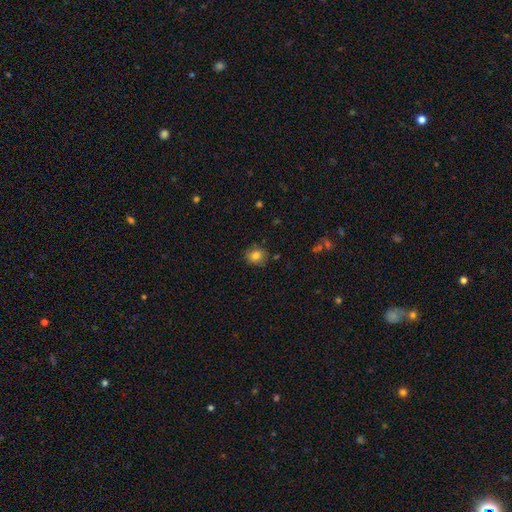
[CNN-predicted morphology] This is clearly a smooth galaxy (81%). How rounded: likely round (73%). Merging: clearly none (82%).